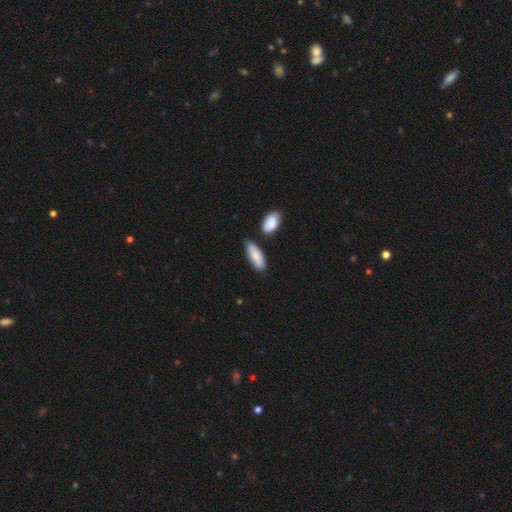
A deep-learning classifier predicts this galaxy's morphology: type=smooth (80%); roundness=in between (75%); merging=none (65%).